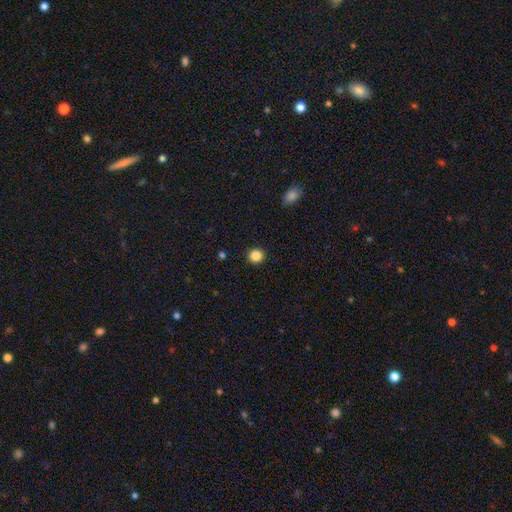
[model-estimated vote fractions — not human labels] Overall: smooth (85%). How rounded: round (93%). Merging: none (93%).